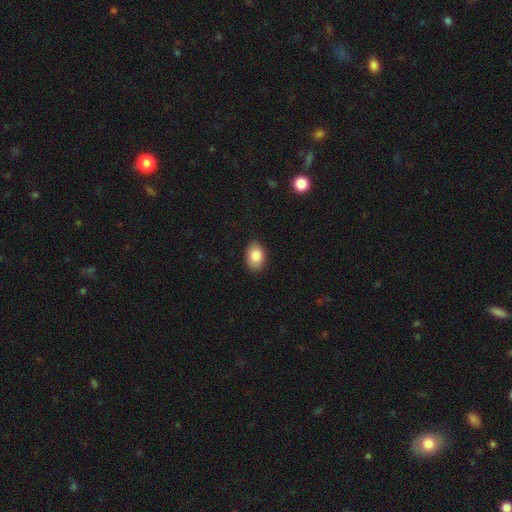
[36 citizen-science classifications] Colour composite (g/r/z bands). It shows a smooth galaxy with no disk features (86%) that is in between round and cigar-shaped (81%). Merging: none (83%).